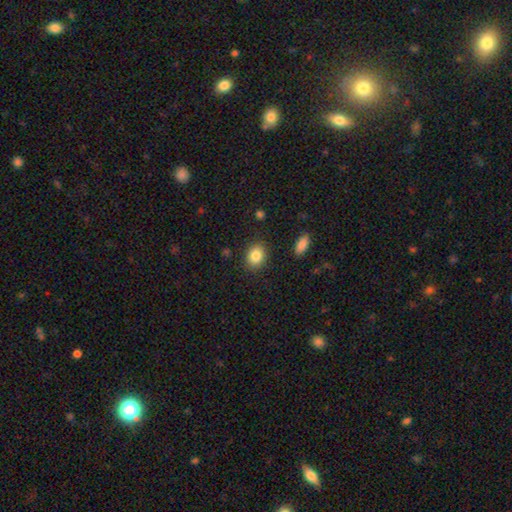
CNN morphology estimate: A smooth galaxy with no disk features (85%) that is in between round and cigar-shaped (56%).

Vote fractions:
- Smooth or featured? smooth: 85% / star or artifact: 9% / featured or disk: 6%
- How rounded? in between: 56% / round: 43% / cigar-shaped: 1%
- Merging? none: 87% / minor disturbance: 9% / major disturbance: 3% / merger: 2%